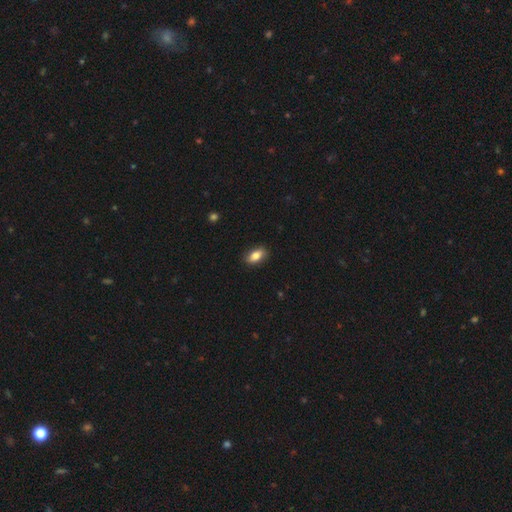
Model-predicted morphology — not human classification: This is clearly a smooth galaxy (82%). How rounded: clearly in between (88%). Merging: clearly none (87%).